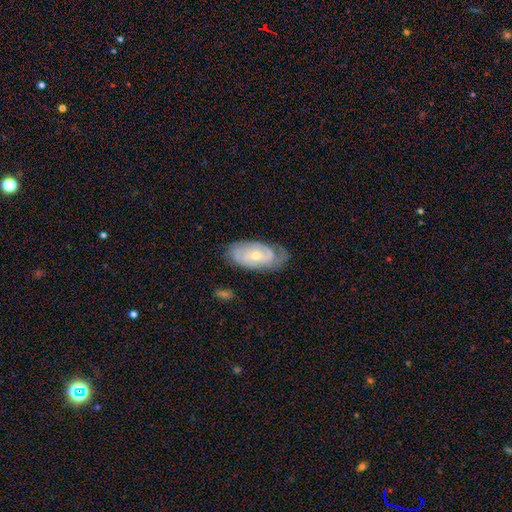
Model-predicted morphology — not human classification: A featured or disk galaxy (77%) with no bar (57%), 2 (40%) tight (63%) spiral arms (91%) and a small central bulge (52%).

Vote fractions:
- Smooth or featured? featured or disk: 77% / smooth: 17% / star or artifact: 6%
- Edge-on disk? no: 94% / yes: 6%
- Bar? no: 57% / weak: 34% / strong: 8%
- Spiral arms? yes: 91% / no: 9%
- Spiral winding? tight: 63% / medium: 28% / loose: 9%
- Spiral arm count? 2: 40% / can't tell: 36% / 3: 12% / 1: 6% / 4: 4% / more than 4: 3%
- Bulge size? small: 52% / moderate: 45% / large: 1% / none: 1% / dominant: 1%
- Merging? none: 69% / minor disturbance: 23% / major disturbance: 7% / merger: 1%